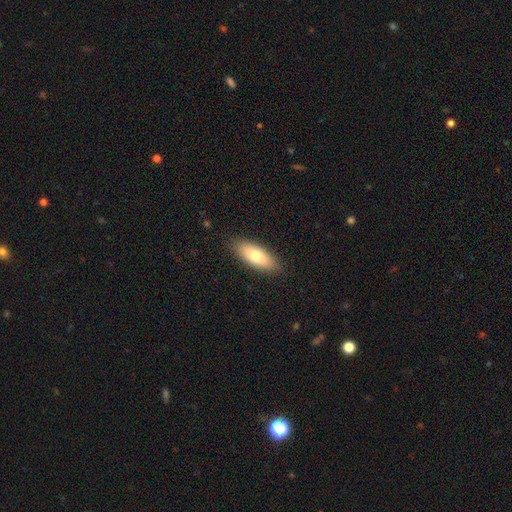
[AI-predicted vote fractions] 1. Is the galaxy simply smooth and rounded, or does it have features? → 73% smooth, 21% featured or disk, 6% star or artifact.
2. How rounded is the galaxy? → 75% in between, 22% cigar-shaped, 2% round.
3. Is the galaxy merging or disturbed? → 87% none, 10% minor disturbance, 2% major disturbance, 1% merger.